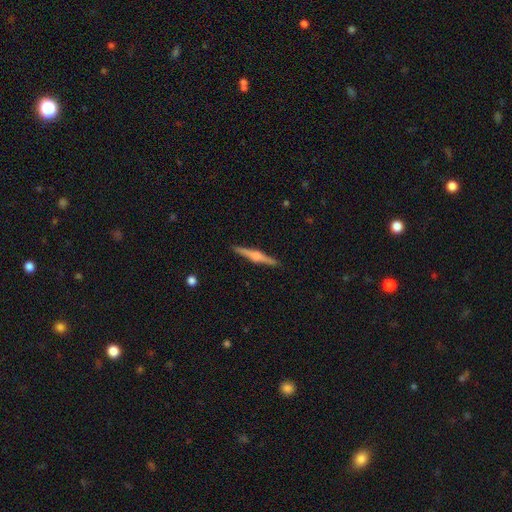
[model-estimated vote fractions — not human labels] featured or disk 70%, smooth 24%, star or artifact 6%. Down the decision tree: edge-on disk — yes (98%); edge-on bulge — rounded (76%); merging — none (91%).